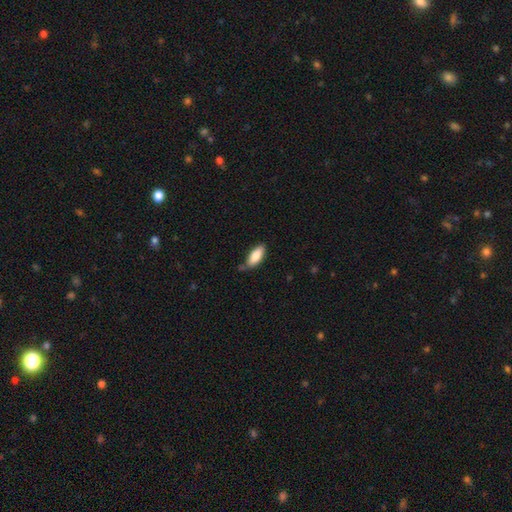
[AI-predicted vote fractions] Overall: smooth (83%). How rounded: in between (81%). Merging: none (63%; minor disturbance 27%).